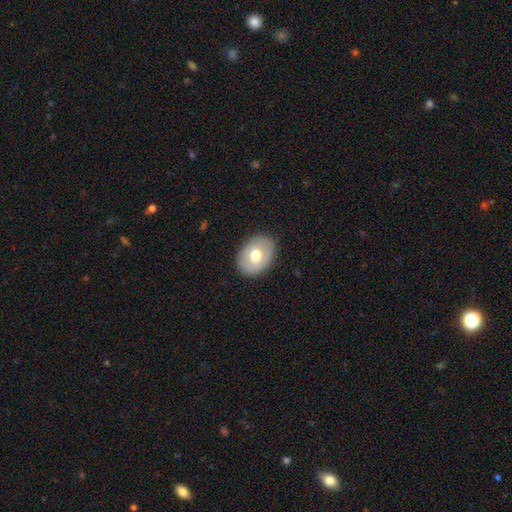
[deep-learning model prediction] smooth_or_featured: smooth (p=0.65) [alt: featured or disk p=0.28]
how_rounded: in between (p=0.73) [alt: round p=0.26]
merging: none (p=0.86) [alt: minor disturbance p=0.10]